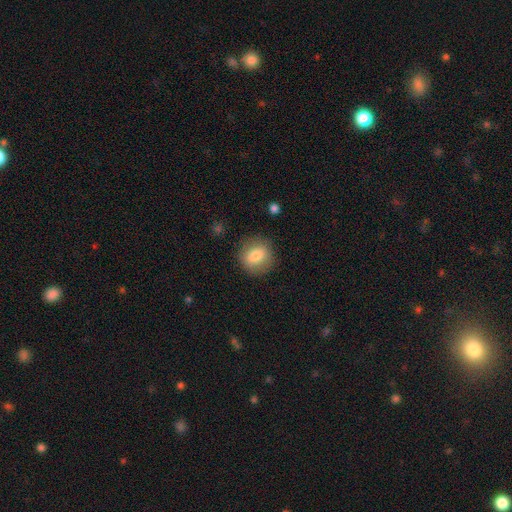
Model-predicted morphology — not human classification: smooth-or-featured: smooth: 77% | featured or disk: 14% | star or artifact: 8%
  how-rounded: round: 85% | in between: 14% | cigar-shaped: 1%
  merging: none: 86% | minor disturbance: 9% | major disturbance: 3% | merger: 1%